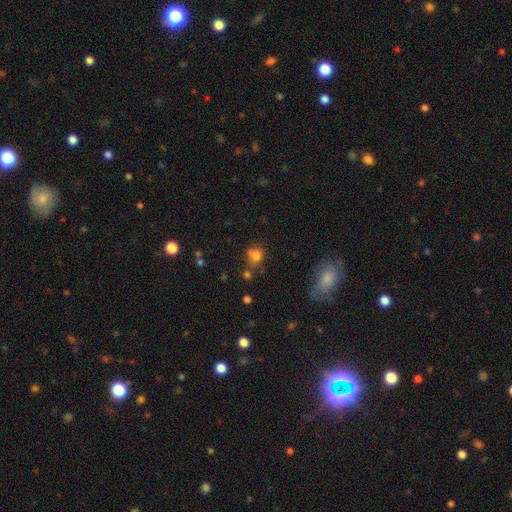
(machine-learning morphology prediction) Smooth or featured? Predicted: smooth (p=0.76). How rounded? Predicted: round (p=0.69). Merging? Predicted: none (p=0.52).